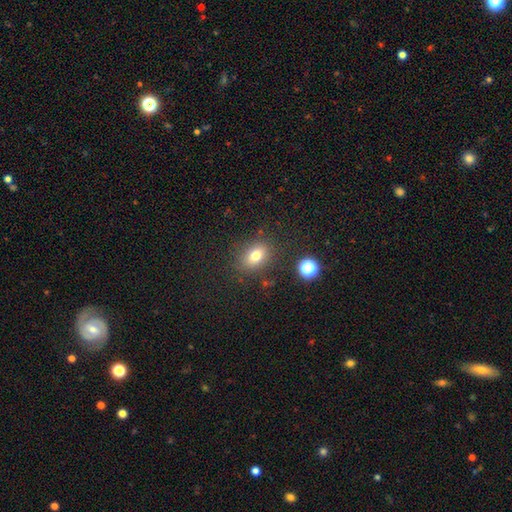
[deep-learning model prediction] Morphology: type=smooth (77%); roundness=in between (69%); merging=none (82%).